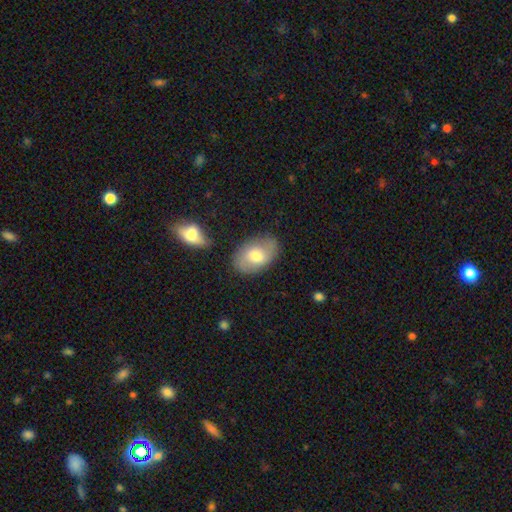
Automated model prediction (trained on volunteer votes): A smooth galaxy with no disk features (62%) that is in between round and cigar-shaped (88%).

Vote fractions:
- Smooth or featured? smooth: 62% / featured or disk: 31% / star or artifact: 7%
- How rounded? in between: 88% / round: 10% / cigar-shaped: 1%
- Merging? none: 74% / minor disturbance: 17% / major disturbance: 5% / merger: 4%